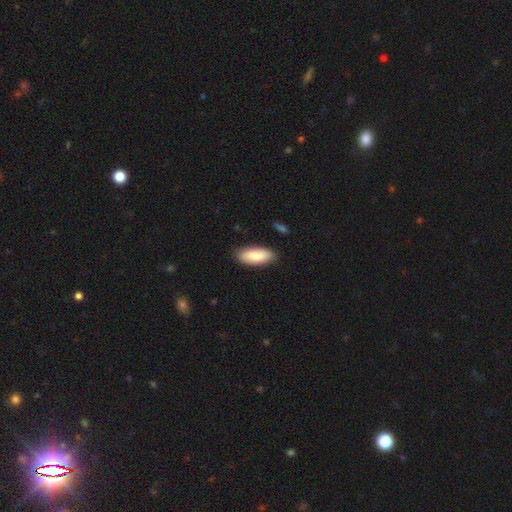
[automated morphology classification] The model was most divided on "how rounded": in between: 82%, cigar-shaped: 16%, round: 2%. More confident: merging — none (85%); smooth or featured — smooth (85%).